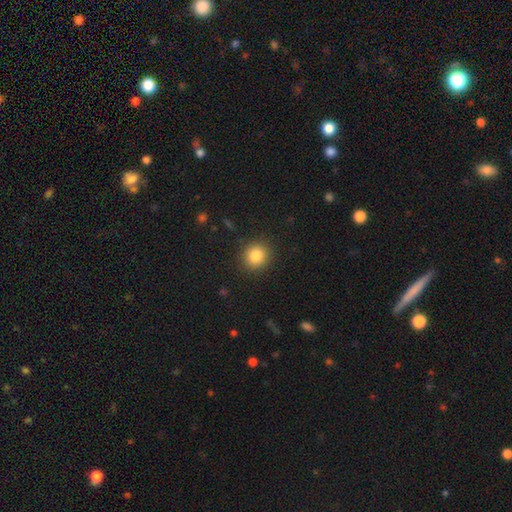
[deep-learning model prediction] The model was most divided on "smooth or featured": smooth: 84%, star or artifact: 10%, featured or disk: 6%. More confident: merging — none (90%); how rounded — round (90%).